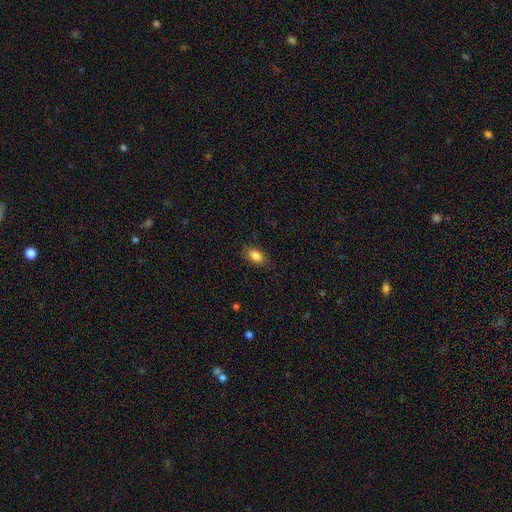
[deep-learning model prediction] A smooth galaxy with no disk features (86%) that is in between round and cigar-shaped (87%).

Vote fractions:
- Smooth or featured? smooth: 86% / star or artifact: 8% / featured or disk: 6%
- How rounded? in between: 87% / round: 11% / cigar-shaped: 3%
- Merging? none: 84% / minor disturbance: 12% / major disturbance: 3% / merger: 1%